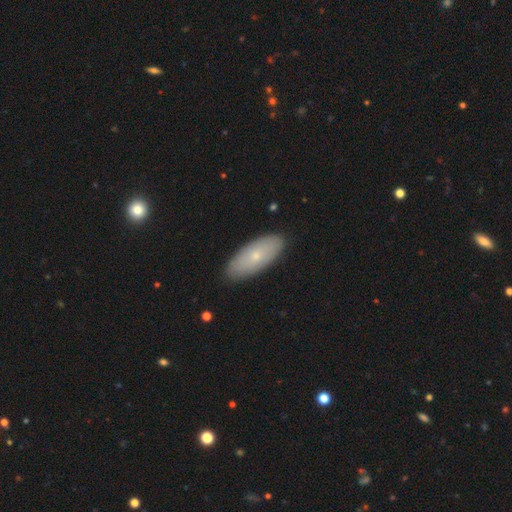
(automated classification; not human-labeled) Q: Smooth or featured?
A: smooth (68%); runner-up: featured or disk (26%)
Q: How rounded?
A: in between (84%); runner-up: cigar-shaped (14%)
Q: Merging?
A: none (88%); runner-up: minor disturbance (9%)